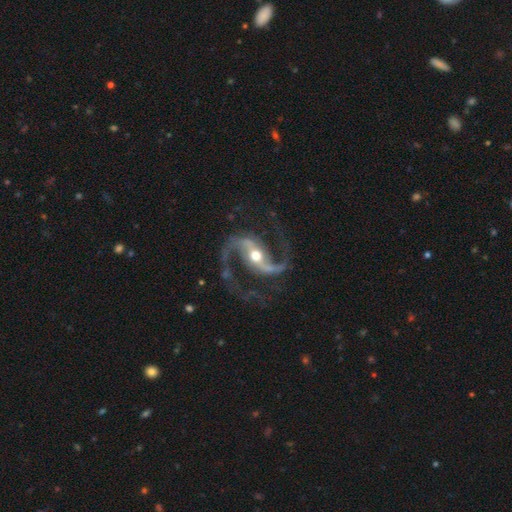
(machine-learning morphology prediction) A featured or disk galaxy (94%) with a strong bar (49%), 2 (94%) loose (47%) spiral arms (98%) and a moderate central bulge (72%). Merging: none (77%).